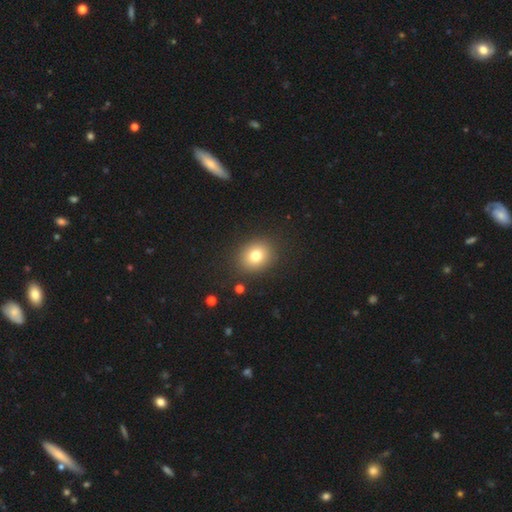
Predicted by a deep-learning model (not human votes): smooth_or_featured: smooth (p=0.78) [alt: star or artifact p=0.12]
how_rounded: round (p=0.64) [alt: in between p=0.36]
merging: none (p=0.88) [alt: minor disturbance p=0.08]